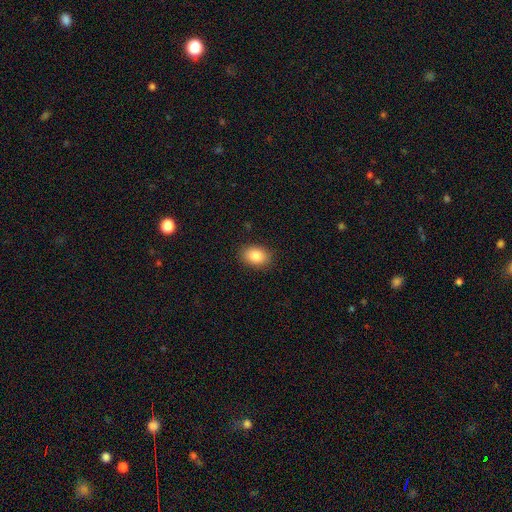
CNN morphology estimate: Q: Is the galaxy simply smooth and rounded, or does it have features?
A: smooth — 86%.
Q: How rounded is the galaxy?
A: in between — 76%.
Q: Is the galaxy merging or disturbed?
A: none — 88%.